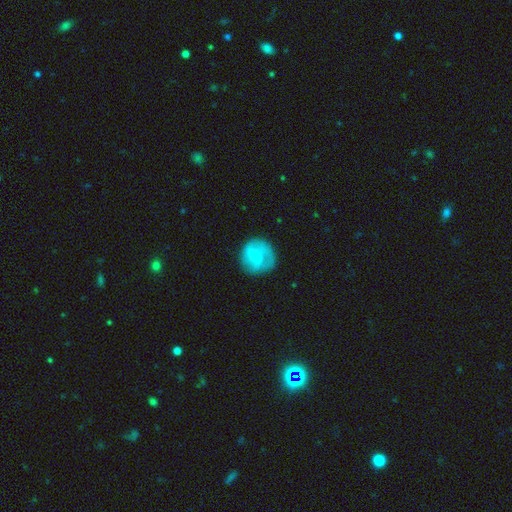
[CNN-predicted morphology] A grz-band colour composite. It shows a featured or disk galaxy (53%) with no bar (52%), spiral arms (86%) and a small central bulge (51%). Merging: none (72%).